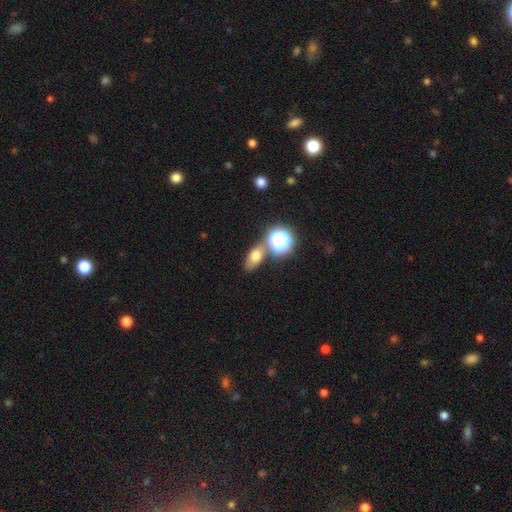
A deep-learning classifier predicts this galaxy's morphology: Overall: smooth (64%). How rounded: in between (75%). Merging: none (67%).